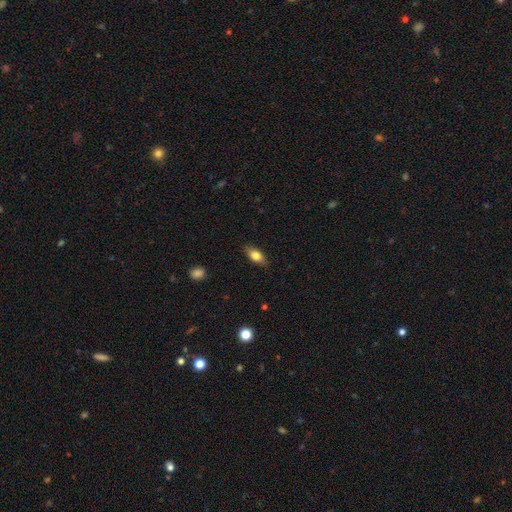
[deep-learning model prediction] This appears to be a smooth galaxy with no disk features (78%) that is in between round and cigar-shaped (84%). Merging: none (85%).